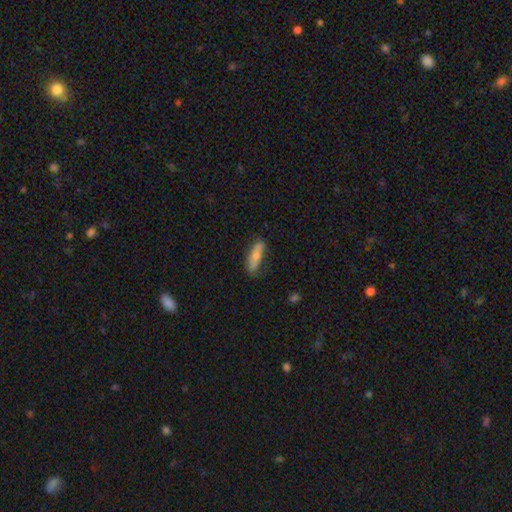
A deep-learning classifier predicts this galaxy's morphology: Overall: smooth (69%). How rounded: cigar-shaped (54%; in between 43%). Merging: none (69%).